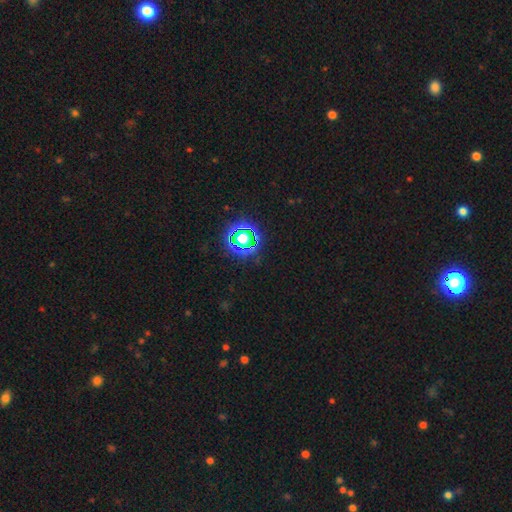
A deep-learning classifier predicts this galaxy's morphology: Smooth or featured?
  - star or artifact: 76% *
  - smooth: 17%
  - featured or disk: 7%